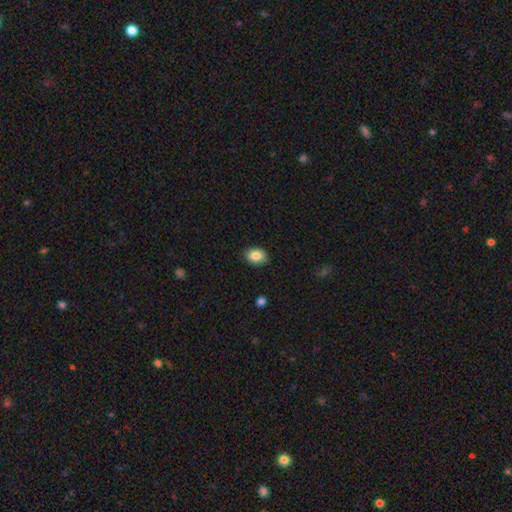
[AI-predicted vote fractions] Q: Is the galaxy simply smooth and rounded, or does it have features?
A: smooth — 86%.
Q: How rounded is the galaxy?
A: in between — 71%.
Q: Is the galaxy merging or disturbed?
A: none — 85%.